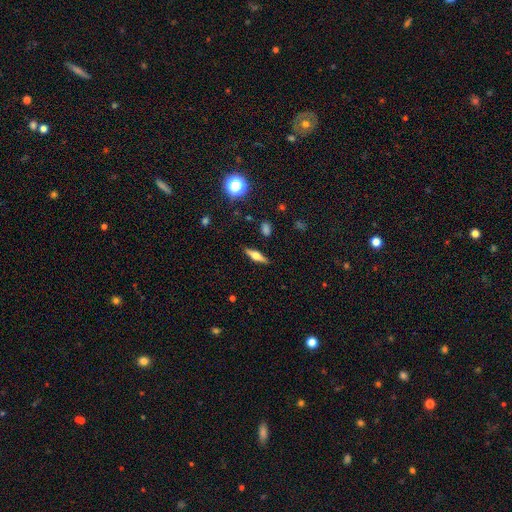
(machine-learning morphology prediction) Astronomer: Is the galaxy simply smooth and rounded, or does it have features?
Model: featured or disk — 57% (runner-up: smooth, 34%).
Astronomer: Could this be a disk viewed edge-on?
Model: yes — 94%.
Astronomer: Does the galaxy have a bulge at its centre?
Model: rounded — 92%.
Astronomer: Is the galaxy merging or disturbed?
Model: none — 88%.